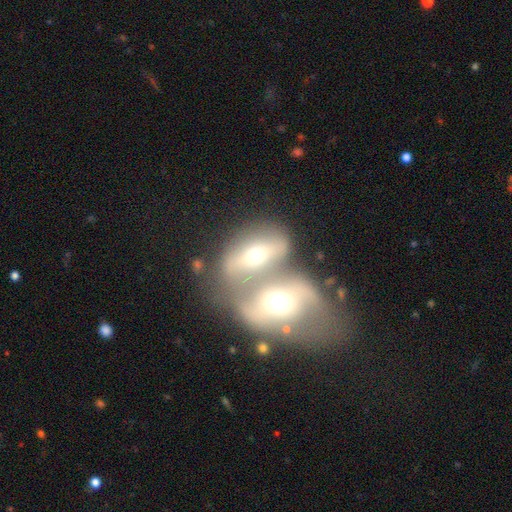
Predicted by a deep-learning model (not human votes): Q: Smooth or featured?
A: featured or disk (58%); runner-up: smooth (35%)
Q: Edge-on disk?
A: no (83%); runner-up: yes (17%)
Q: Merging?
A: merger (69%); runner-up: none (18%)